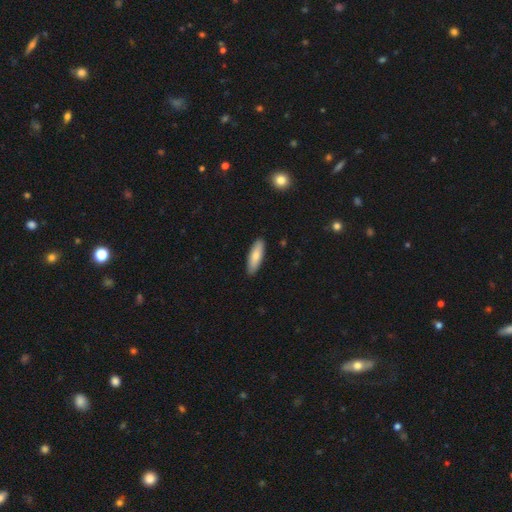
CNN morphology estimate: The model was most divided on "how rounded": cigar-shaped: 50%, in between: 48%, round: 2%. More confident: merging — none (90%); smooth or featured — smooth (76%).